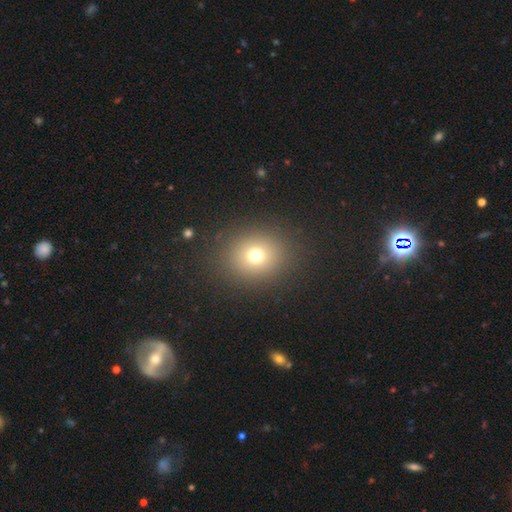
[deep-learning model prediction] Smooth or featured? smooth (71%)
How rounded? round (76%)
Merging? none (87%)